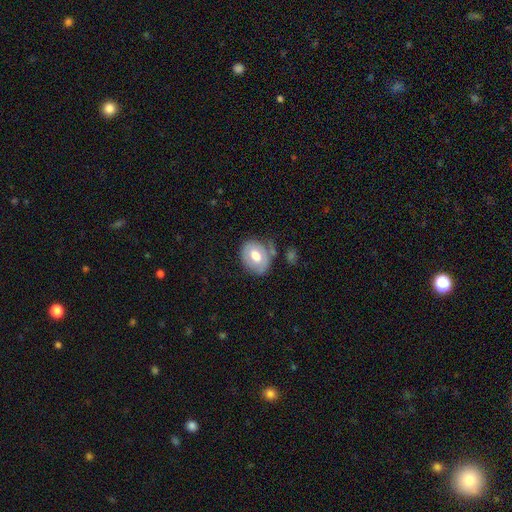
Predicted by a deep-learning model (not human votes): Smooth or featured: smooth — 61% (featured or disk — 32%)
How rounded: in between — 58% (round — 41%)
Merging: none — 63% (minor disturbance — 22%)